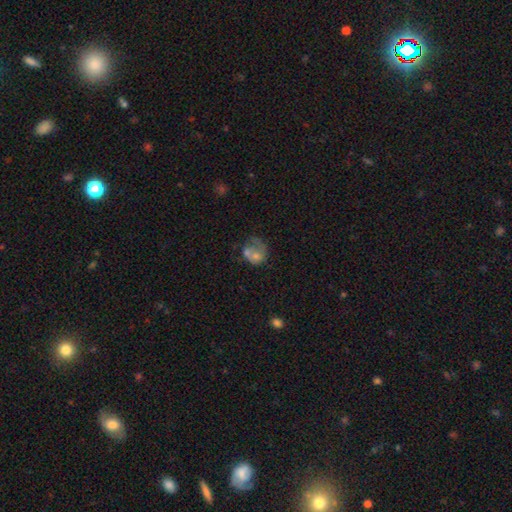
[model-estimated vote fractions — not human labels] Smooth or featured?
  - smooth: 50% *
  - featured or disk: 38%
  - star or artifact: 12%
How rounded?
  - round: 59% *
  - in between: 40%
  - cigar-shaped: 1%
Merging?
  - merger: 34% *
  - major disturbance: 27%
  - none: 24%
  - minor disturbance: 15%